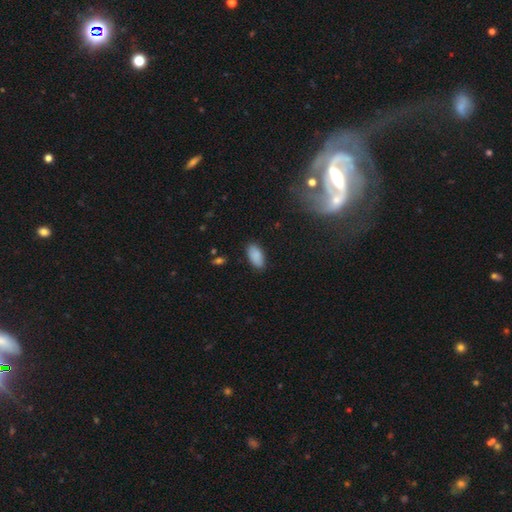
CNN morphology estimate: This is clearly a smooth galaxy (88%). How rounded: clearly in between (93%). Merging: clearly none (84%).